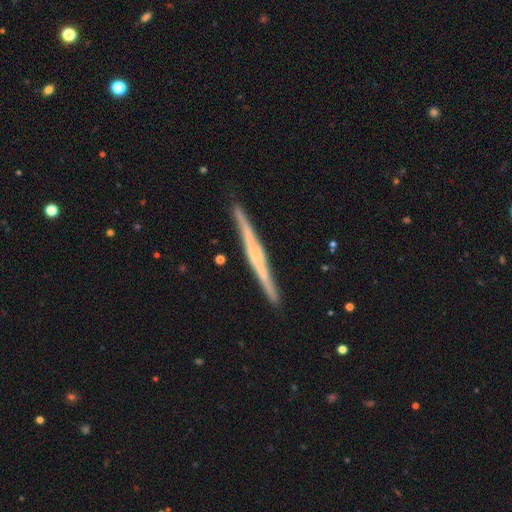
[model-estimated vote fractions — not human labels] Smooth or featured? Predicted: featured or disk (p=0.73). Edge-on disk? Predicted: yes (p=0.98). Edge-on bulge? Predicted: none (p=0.44). Merging? Predicted: none (p=0.89).